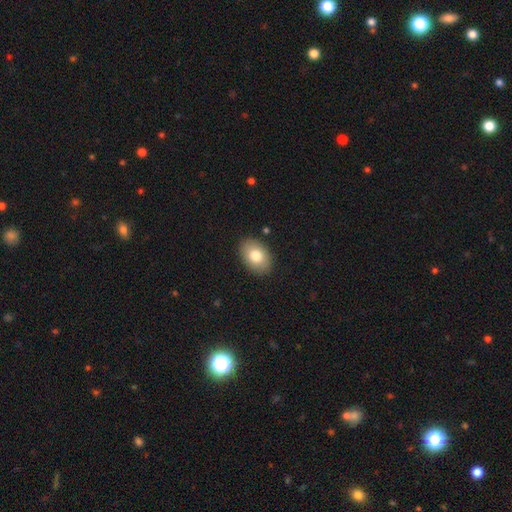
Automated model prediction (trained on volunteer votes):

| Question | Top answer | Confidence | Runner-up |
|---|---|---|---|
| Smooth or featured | smooth | 78% | featured or disk (14%) |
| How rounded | in between | 86% | round (13%) |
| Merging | none | 88% | minor disturbance (9%) |